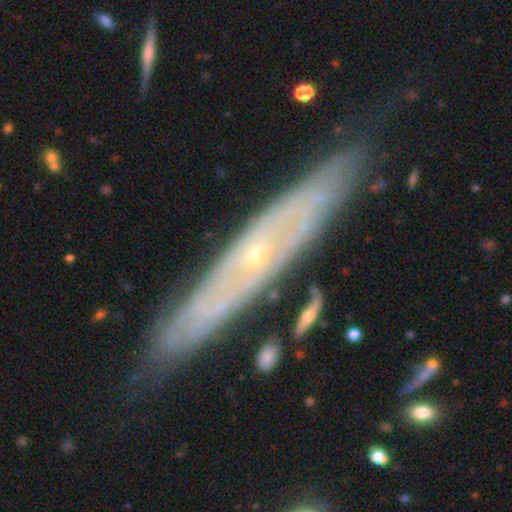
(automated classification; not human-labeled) Overall: featured or disk (80%). Edge-on disk: no (52%; yes 48%). Merging: none (82%).